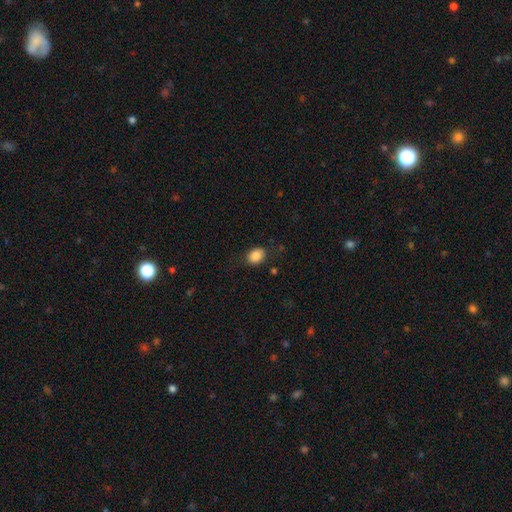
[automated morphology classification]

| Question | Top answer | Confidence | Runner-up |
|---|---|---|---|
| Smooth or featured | smooth | 85% | star or artifact (9%) |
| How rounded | in between | 63% | round (36%) |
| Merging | none | 82% | minor disturbance (13%) |